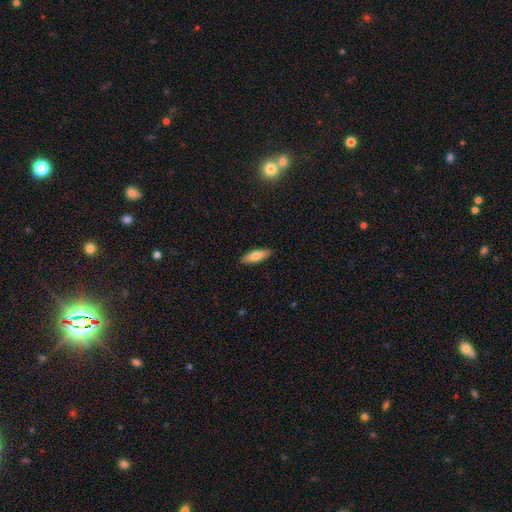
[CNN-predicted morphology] A smooth galaxy with no disk features (74%) that is in between round and cigar-shaped (53%).

Vote fractions:
- Smooth or featured? smooth: 74% / featured or disk: 20% / star or artifact: 6%
- How rounded? in between: 53% / cigar-shaped: 45% / round: 2%
- Merging? none: 89% / minor disturbance: 9% / major disturbance: 2% / merger: 1%